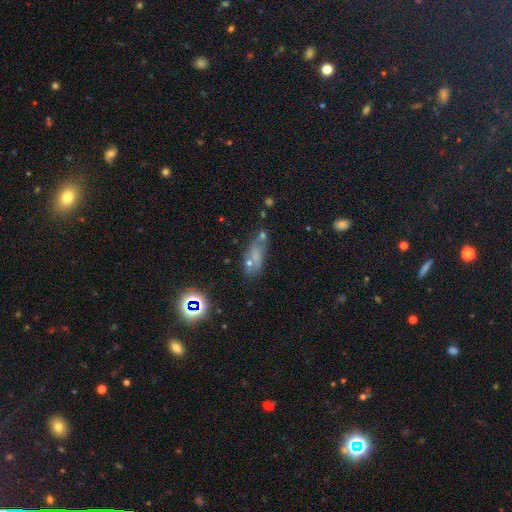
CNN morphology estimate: The model was most divided on "smooth or featured": smooth: 47%, featured or disk: 27%, star or artifact: 26%. More confident: merging — none (51%).